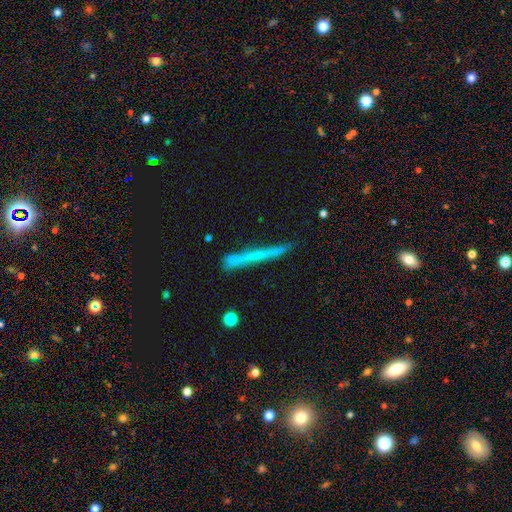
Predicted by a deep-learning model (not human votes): Smooth or featured: smooth — 51% (featured or disk — 41%)
How rounded: cigar-shaped — 96% (in between — 2%)
Merging: none — 79% (minor disturbance — 14%)